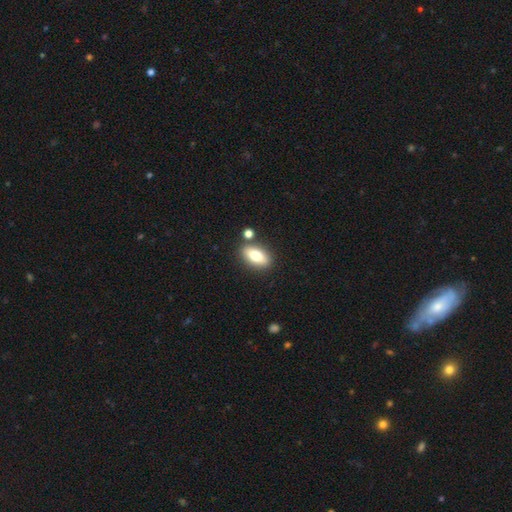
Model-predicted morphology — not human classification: smooth-or-featured: smooth: 74% | featured or disk: 18% | star or artifact: 8%
  how-rounded: in between: 86% | cigar-shaped: 8% | round: 6%
  merging: none: 79% | minor disturbance: 9% | merger: 9% | major disturbance: 3%